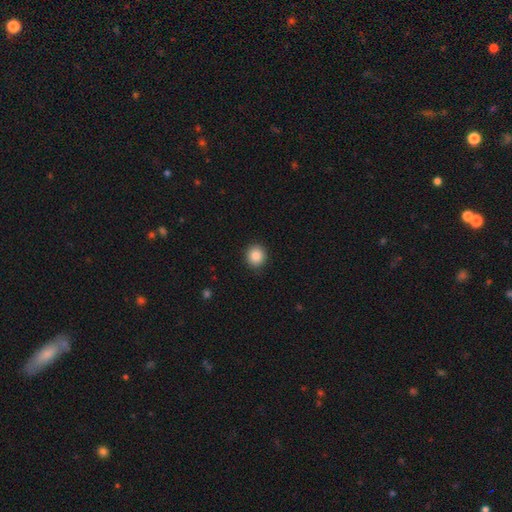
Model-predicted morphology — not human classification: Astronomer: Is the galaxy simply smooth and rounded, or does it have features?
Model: smooth — 86%.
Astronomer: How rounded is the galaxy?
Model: round — 90%.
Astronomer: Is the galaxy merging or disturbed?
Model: none — 91%.